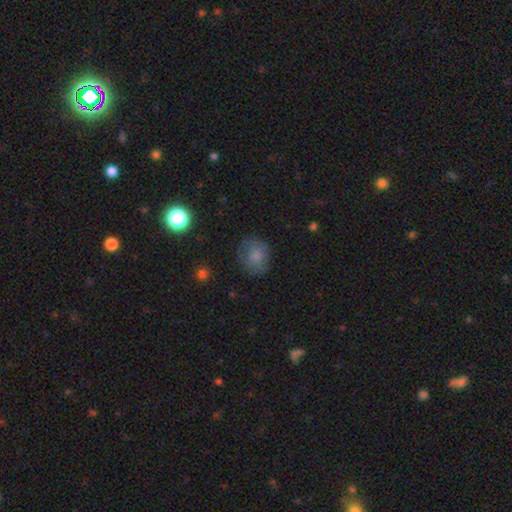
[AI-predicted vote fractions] This appears to be a smooth galaxy with no disk features (74%) that is round (73%). Merging: none (72%).